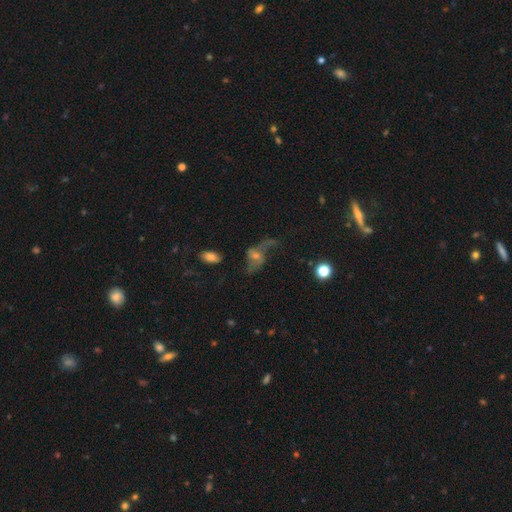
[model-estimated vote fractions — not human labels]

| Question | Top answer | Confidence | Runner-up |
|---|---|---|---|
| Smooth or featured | featured or disk | 66% | smooth (19%) |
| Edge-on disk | no | 94% | yes (6%) |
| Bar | no | 62% | weak (30%) |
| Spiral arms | yes | 82% | no (18%) |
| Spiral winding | loose | 80% | medium (15%) |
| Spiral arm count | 2 | 78% | 1 (11%) |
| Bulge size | small | 50% | moderate (37%) |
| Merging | none | 44% | major disturbance (30%) |